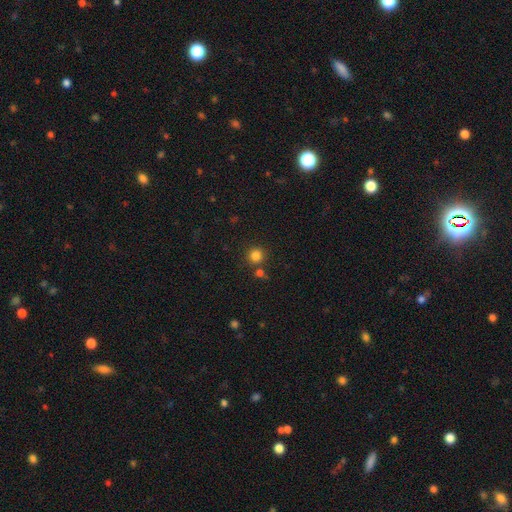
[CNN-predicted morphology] This appears to be a smooth galaxy with no disk features (82%) that is round (93%). Merging: none (79%).